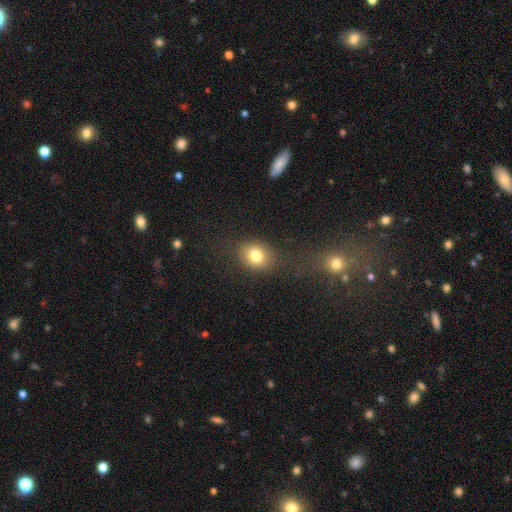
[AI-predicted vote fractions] This is likely a smooth galaxy (79%). How rounded: possibly round (55%). Merging: likely none (76%).